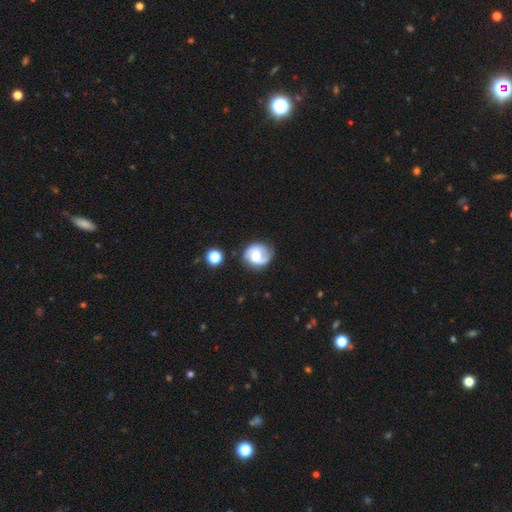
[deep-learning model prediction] This is likely a featured or disk galaxy (73%). It is clearly not viewed edge-on (98%). Bar: marginally weak (45%). Spiral arm pattern: clearly yes (94%). Spiral arm count: clearly 2 (85%). Spiral winding: possibly medium (47%). Central bulge: possibly moderate (56%). Merging: likely none (78%).